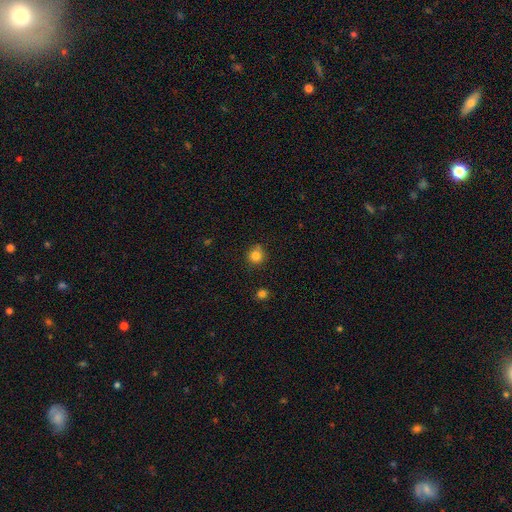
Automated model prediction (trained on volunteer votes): Smooth or featured? smooth (82%)
How rounded? round (92%)
Merging? none (76%)